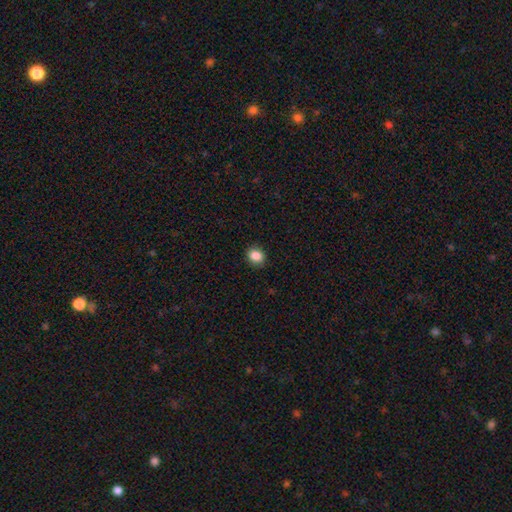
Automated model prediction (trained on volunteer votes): smooth-or-featured: smooth: 87% | star or artifact: 9% | featured or disk: 4%
  how-rounded: round: 67% | in between: 32% | cigar-shaped: 1%
  merging: none: 88% | minor disturbance: 9% | major disturbance: 2% | merger: 1%